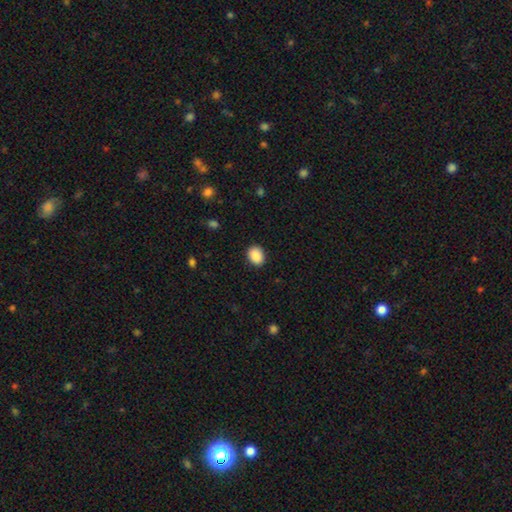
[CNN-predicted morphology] Q: Smooth or featured?
A: smooth (89%); runner-up: star or artifact (8%)
Q: How rounded?
A: in between (55%); runner-up: round (44%)
Q: Merging?
A: none (89%); runner-up: minor disturbance (8%)